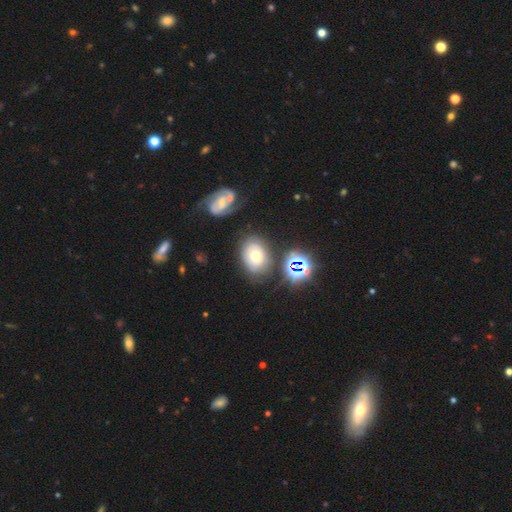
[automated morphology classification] Smooth or featured? Predicted: smooth (p=0.46). Merging? Predicted: none (p=0.69).